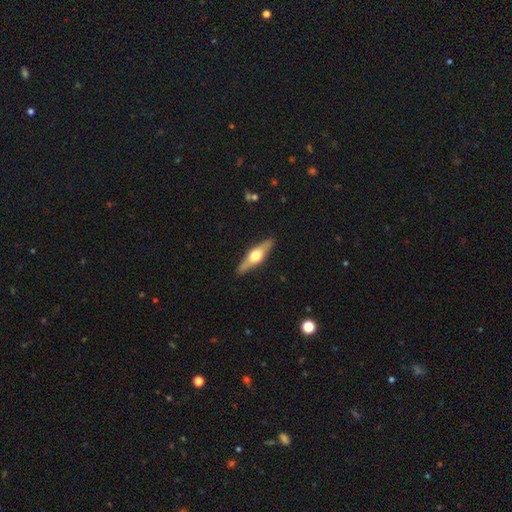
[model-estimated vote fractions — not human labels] Smooth or featured? Predicted: featured or disk (p=0.66). Edge-on disk? Predicted: yes (p=0.95). Edge-on bulge? Predicted: rounded (p=0.96). Merging? Predicted: none (p=0.90).